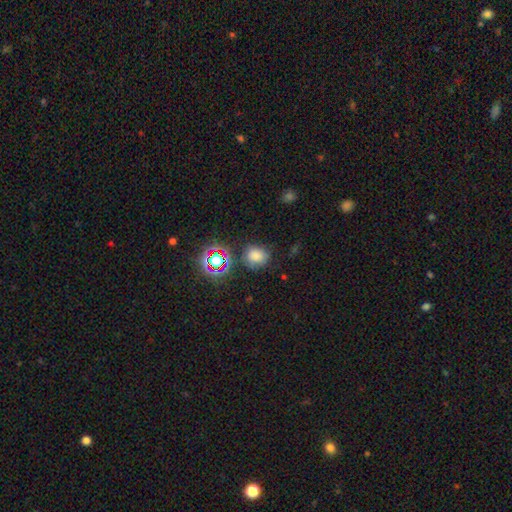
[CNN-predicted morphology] This is likely a smooth galaxy (69%). How rounded: likely round (67%). Merging: likely none (71%).